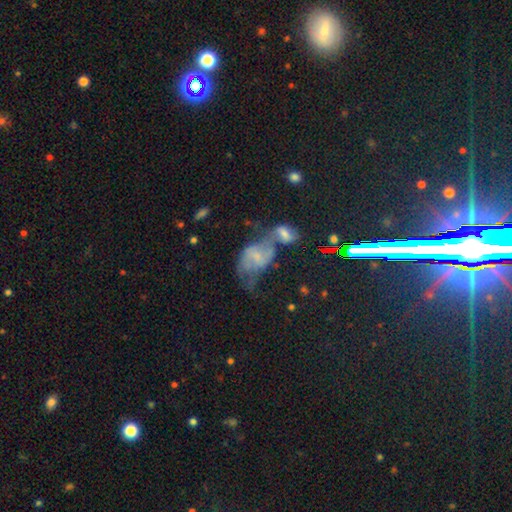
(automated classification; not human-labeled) featured or disk 48%, smooth 32%, star or artifact 20%. Down the decision tree: merging — merger (48%).